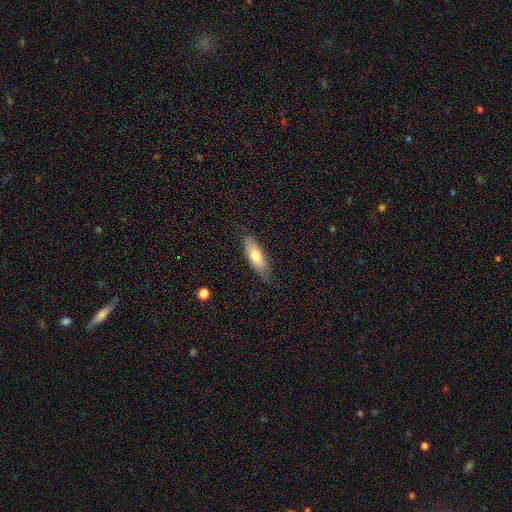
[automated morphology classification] smooth-or-featured: smooth: 71% | featured or disk: 23% | star or artifact: 6%
  how-rounded: in between: 56% | cigar-shaped: 43% | round: 2%
  merging: none: 82% | minor disturbance: 14% | major disturbance: 3% | merger: 1%